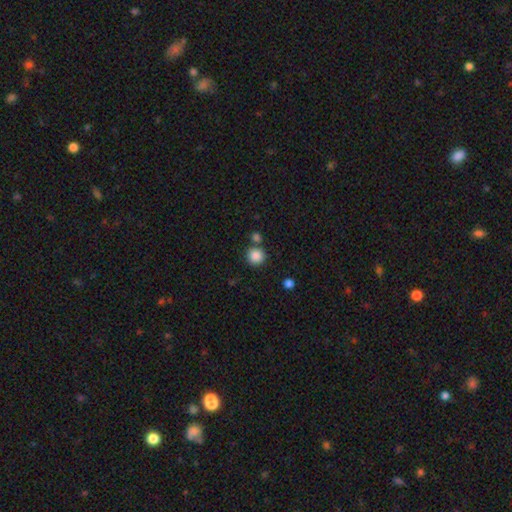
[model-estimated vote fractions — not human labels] Smooth or featured?
  - smooth: 86% *
  - star or artifact: 10%
  - featured or disk: 4%
How rounded?
  - round: 94% *
  - in between: 5%
  - cigar-shaped: 1%
Merging?
  - none: 76% *
  - merger: 14%
  - minor disturbance: 8%
  - major disturbance: 2%